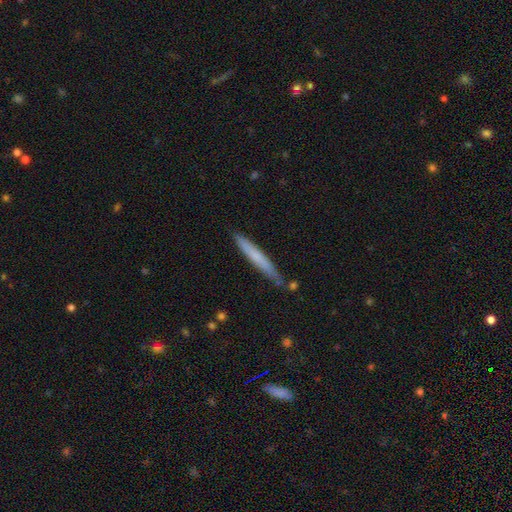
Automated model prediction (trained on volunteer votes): A smooth galaxy with no disk features (64%) that is cigar-shaped (96%). Merging: none (82%).